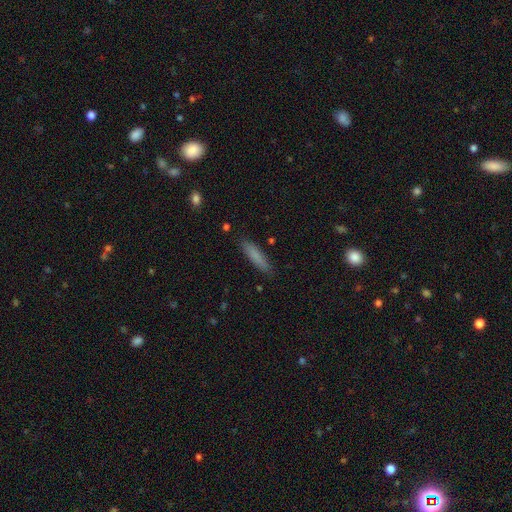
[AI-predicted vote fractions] Smooth or featured: smooth — 80% (featured or disk — 12%)
How rounded: cigar-shaped — 83% (in between — 15%)
Merging: none — 86% (minor disturbance — 10%)